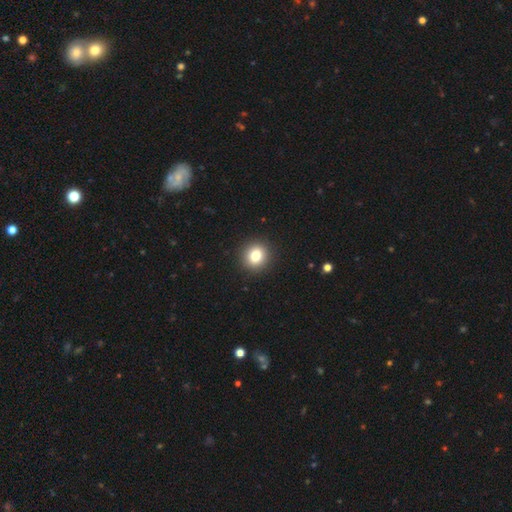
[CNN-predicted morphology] Smooth or featured?
  - smooth: 81% *
  - star or artifact: 11%
  - featured or disk: 8%
How rounded?
  - round: 84% *
  - in between: 15%
  - cigar-shaped: 1%
Merging?
  - none: 92% *
  - minor disturbance: 5%
  - major disturbance: 2%
  - merger: 1%